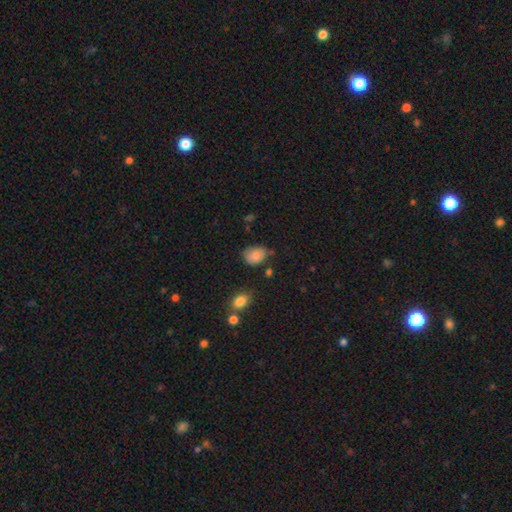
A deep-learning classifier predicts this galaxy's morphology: A smooth galaxy with no disk features (83%) that is in between round and cigar-shaped (65%).

Vote fractions:
- Smooth or featured? smooth: 83% / star or artifact: 9% / featured or disk: 8%
- How rounded? in between: 65% / round: 34% / cigar-shaped: 1%
- Merging? none: 55% / minor disturbance: 33% / major disturbance: 8% / merger: 4%